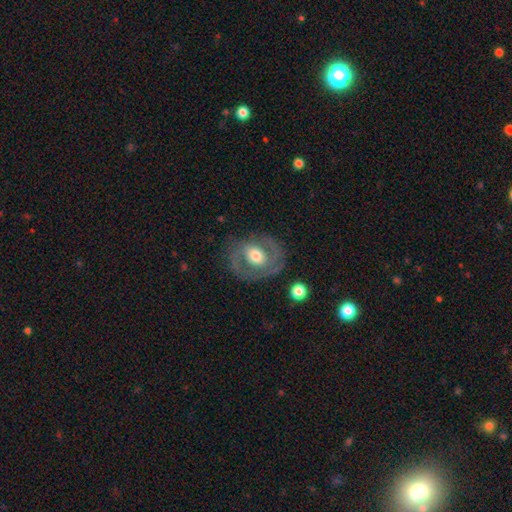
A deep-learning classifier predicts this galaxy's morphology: This is likely a featured or disk galaxy (72%). It is clearly not viewed edge-on (97%). Bar: possibly no (58%). Spiral arm pattern: likely yes (75%). Spiral arm count: likely 2 (77%). Spiral winding: possibly medium (46%). Central bulge: likely moderate (66%). Merging: likely none (71%).